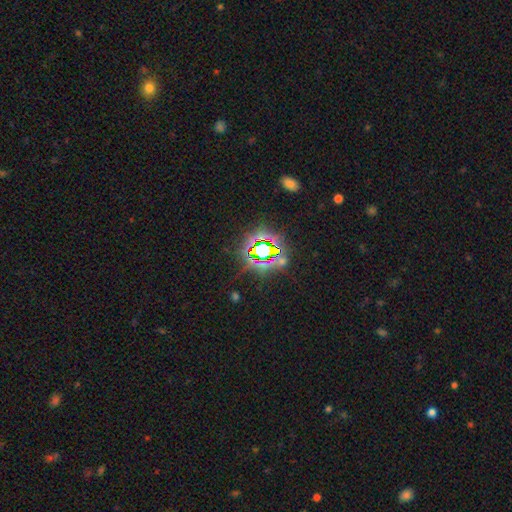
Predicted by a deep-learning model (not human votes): smooth_or_featured: star or artifact (p=0.77) [alt: smooth p=0.13]